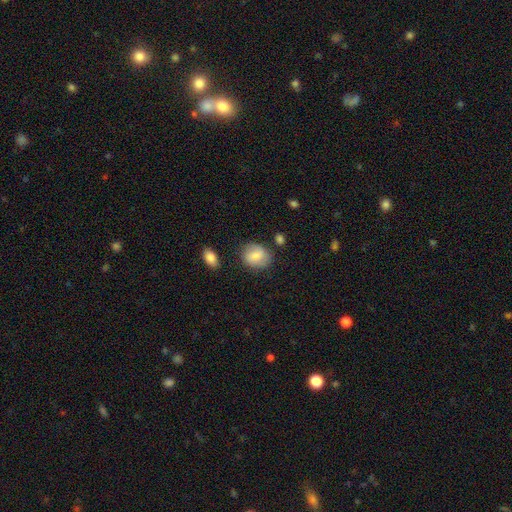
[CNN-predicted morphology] A smooth galaxy with no disk features (73%) that is round (61%). Merging: none (74%).